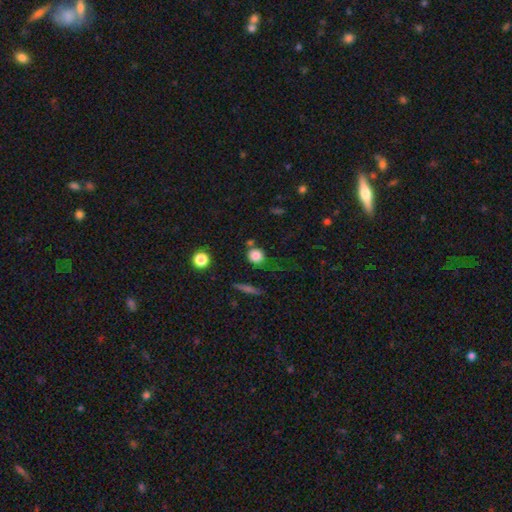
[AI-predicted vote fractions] This is clearly a smooth galaxy (83%). How rounded: clearly round (85%). Merging: likely none (72%).